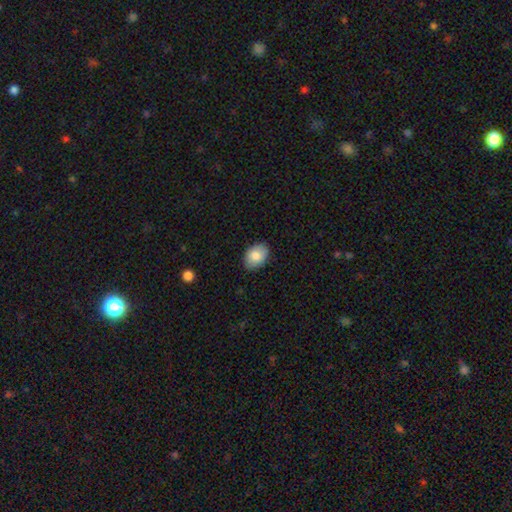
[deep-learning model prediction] A smooth galaxy with no disk features (82%) that is in between round and cigar-shaped (82%). Merging: none (87%).